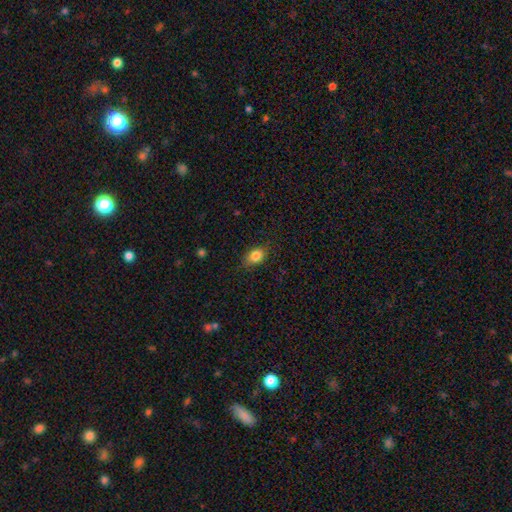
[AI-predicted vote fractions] Overall: smooth (83%). How rounded: in between (77%). Merging: none (82%).